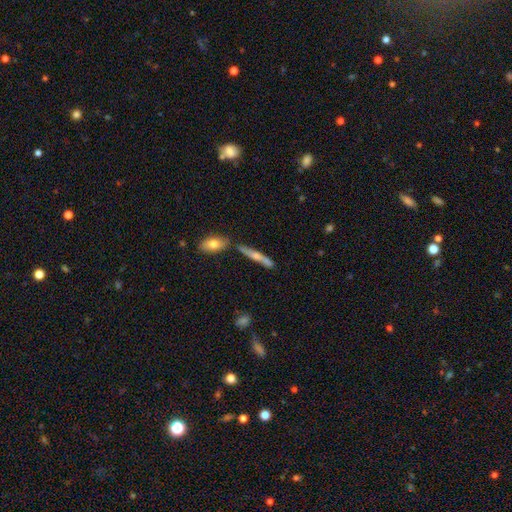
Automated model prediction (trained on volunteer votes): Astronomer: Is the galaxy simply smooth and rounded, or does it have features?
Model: featured or disk — 50% (runner-up: smooth, 42%).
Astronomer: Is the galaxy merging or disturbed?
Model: none — 72%.